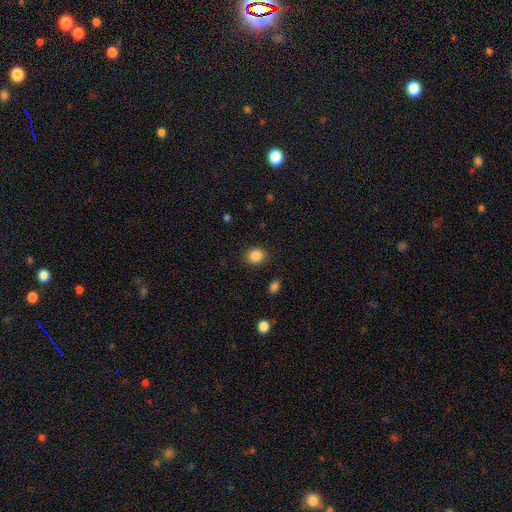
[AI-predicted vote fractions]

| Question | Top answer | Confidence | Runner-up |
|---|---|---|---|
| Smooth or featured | smooth | 86% | star or artifact (9%) |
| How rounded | round | 73% | in between (26%) |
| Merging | none | 87% | minor disturbance (8%) |